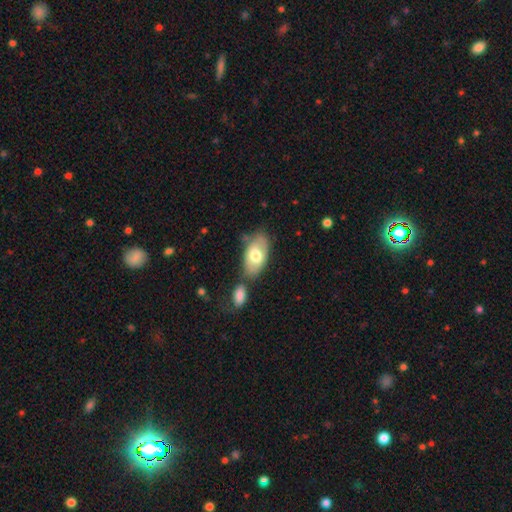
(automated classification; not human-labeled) Overall: smooth (67%; featured or disk 27%). How rounded: in between (94%). Merging: none (57%; merger 20%).